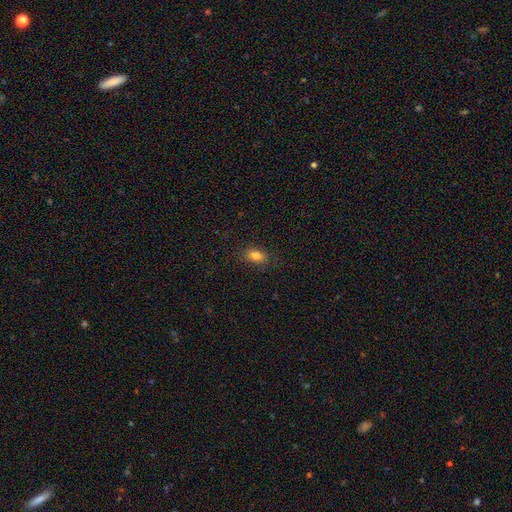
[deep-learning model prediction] Q: Smooth or featured?
A: smooth (82%); runner-up: star or artifact (11%)
Q: How rounded?
A: in between (79%); runner-up: round (19%)
Q: Merging?
A: none (85%); runner-up: minor disturbance (11%)